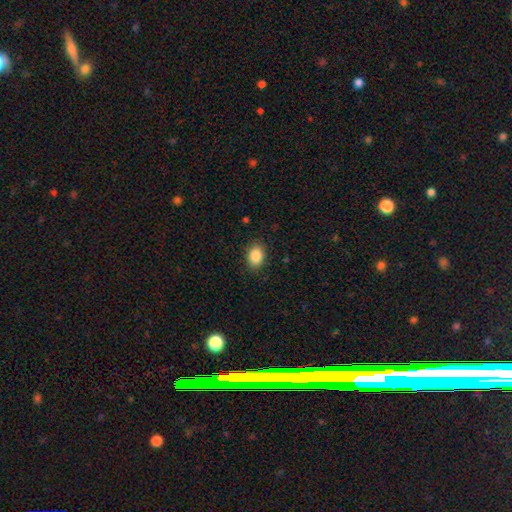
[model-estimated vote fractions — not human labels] A smooth galaxy with no disk features (87%) that is in between round and cigar-shaped (77%).

Vote fractions:
- Smooth or featured? smooth: 87% / star or artifact: 8% / featured or disk: 5%
- How rounded? in between: 77% / round: 22% / cigar-shaped: 1%
- Merging? none: 87% / minor disturbance: 9% / major disturbance: 2% / merger: 1%